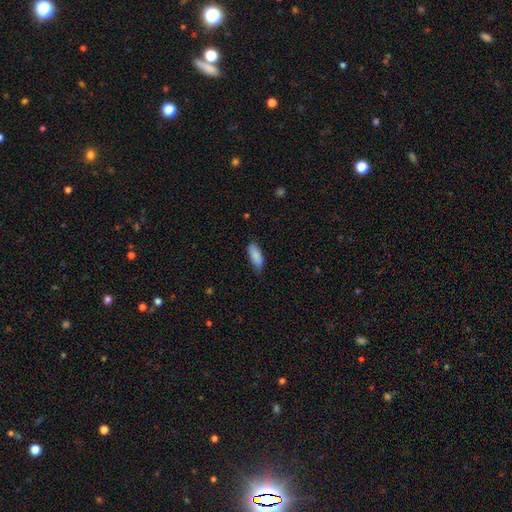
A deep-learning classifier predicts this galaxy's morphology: smooth-or-featured: smooth: 88% | star or artifact: 6% | featured or disk: 6%
  how-rounded: in between: 77% | cigar-shaped: 21% | round: 2%
  merging: none: 70% | minor disturbance: 25% | major disturbance: 4% | merger: 1%